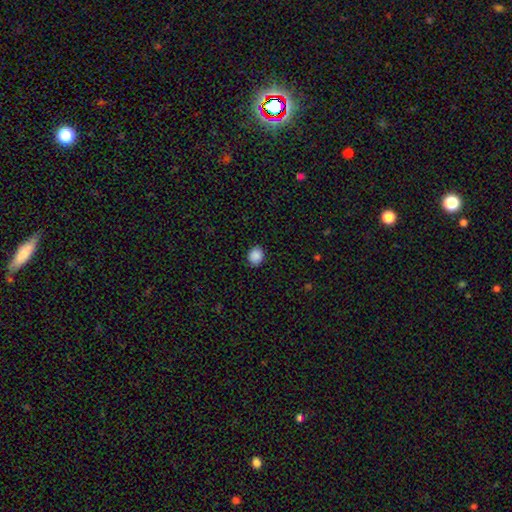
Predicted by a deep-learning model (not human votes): Overall: smooth (89%). How rounded: round (73%). Merging: none (89%).